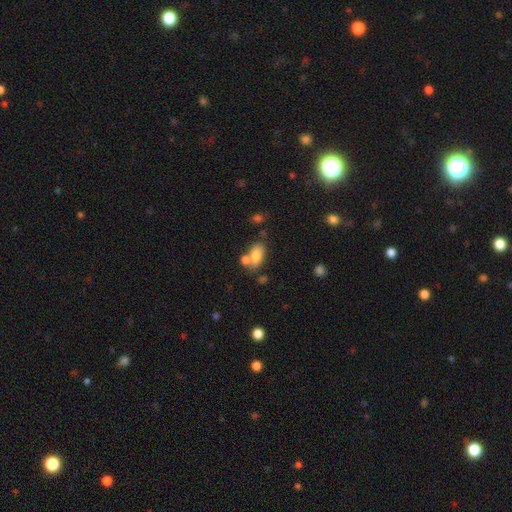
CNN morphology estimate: Q: Smooth or featured?
A: smooth (80%); runner-up: featured or disk (12%)
Q: How rounded?
A: in between (90%); runner-up: round (7%)
Q: Merging?
A: none (53%); runner-up: merger (27%)